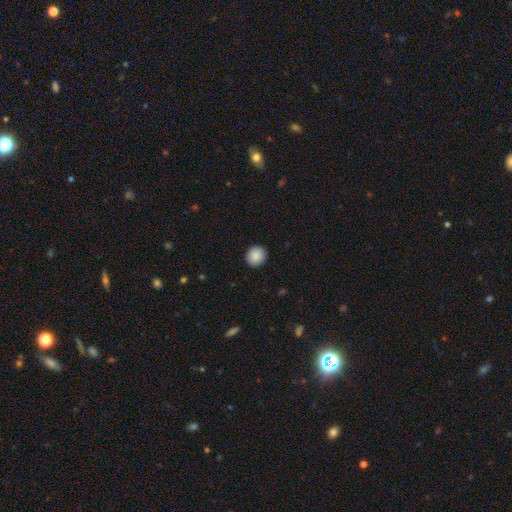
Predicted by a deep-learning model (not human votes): smooth_or_featured: smooth (p=0.89) [alt: star or artifact p=0.08]
how_rounded: round (p=0.89) [alt: in between p=0.10]
merging: none (p=0.92) [alt: minor disturbance p=0.05]